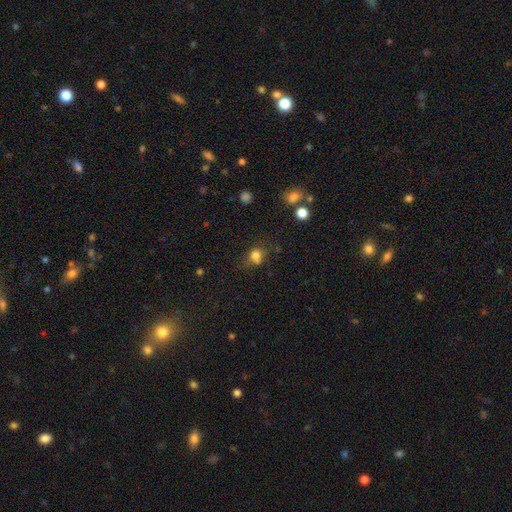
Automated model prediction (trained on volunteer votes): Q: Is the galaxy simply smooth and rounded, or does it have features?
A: smooth — 76%.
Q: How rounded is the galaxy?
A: round — 63%.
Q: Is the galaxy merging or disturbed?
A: none — 52%.